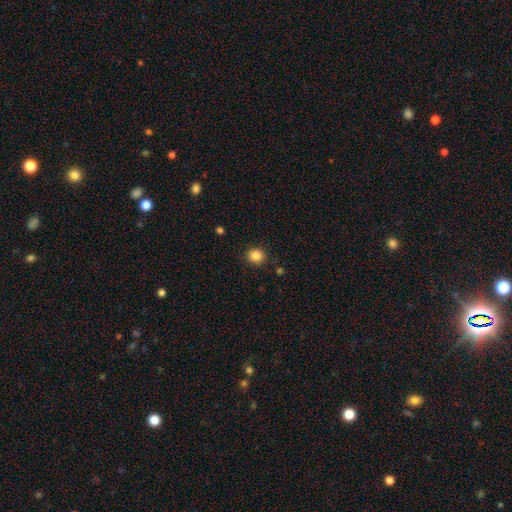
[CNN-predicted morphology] type=smooth (85%); roundness=round (85%); merging=none (89%).